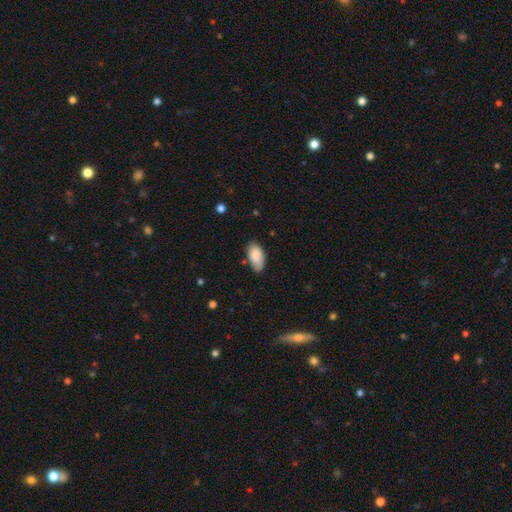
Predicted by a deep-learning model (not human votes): Overall: smooth (87%). How rounded: in between (94%). Merging: none (67%).